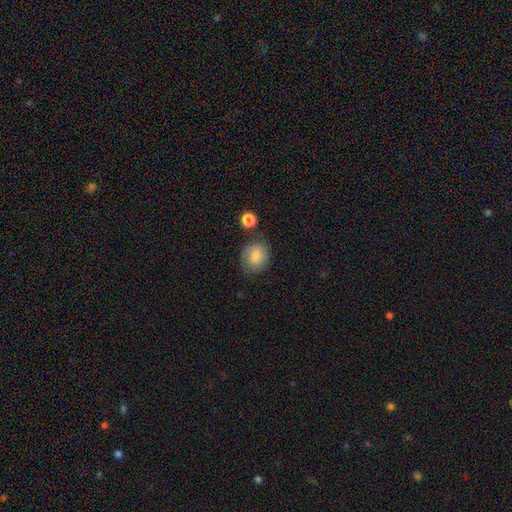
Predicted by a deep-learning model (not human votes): Morphology: type=smooth (73%); roundness=round (59%); merging=none (68%).